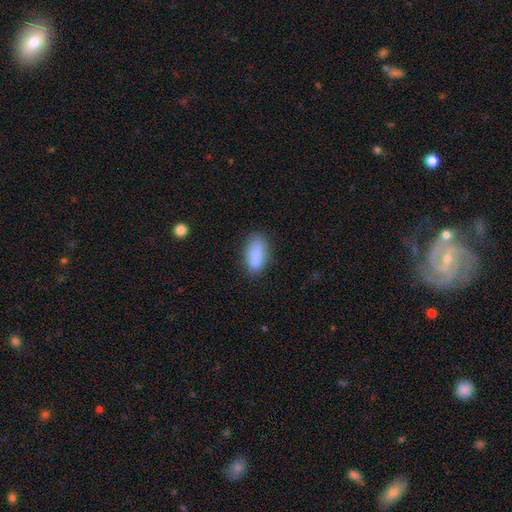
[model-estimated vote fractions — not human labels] Smooth or featured: smooth — 87% (star or artifact — 8%)
How rounded: in between — 89% (cigar-shaped — 8%)
Merging: none — 76% (minor disturbance — 18%)